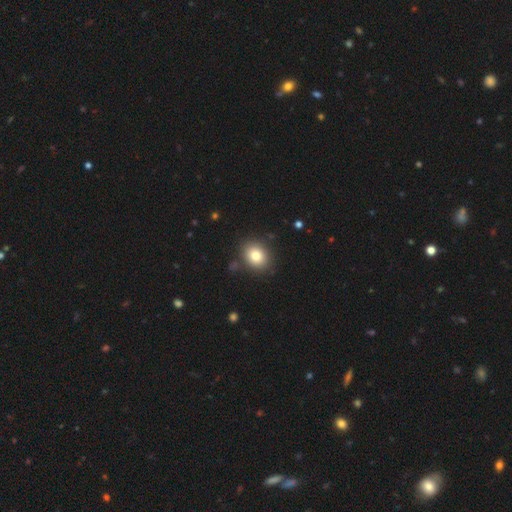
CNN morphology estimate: smooth_or_featured: smooth (p=0.81) [alt: star or artifact p=0.10]
how_rounded: round (p=0.54) [alt: in between p=0.45]
merging: none (p=0.86) [alt: minor disturbance p=0.09]